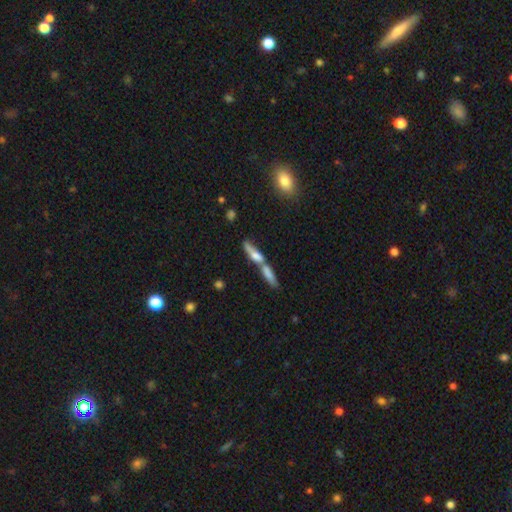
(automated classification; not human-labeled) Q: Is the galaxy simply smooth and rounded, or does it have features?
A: smooth — 55%.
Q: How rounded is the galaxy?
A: cigar-shaped — 61%.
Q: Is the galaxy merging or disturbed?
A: merger — 63%.